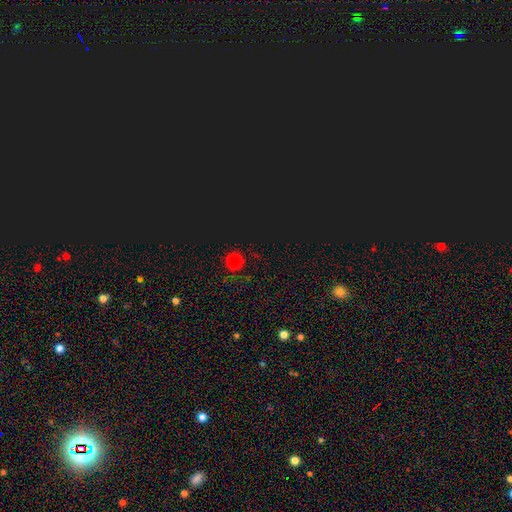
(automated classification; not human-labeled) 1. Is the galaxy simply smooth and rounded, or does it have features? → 62% smooth, 33% star or artifact, 5% featured or disk.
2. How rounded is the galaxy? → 95% round, 4% in between, 1% cigar-shaped.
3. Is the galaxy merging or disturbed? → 90% none, 6% minor disturbance, 2% major disturbance, 1% merger.